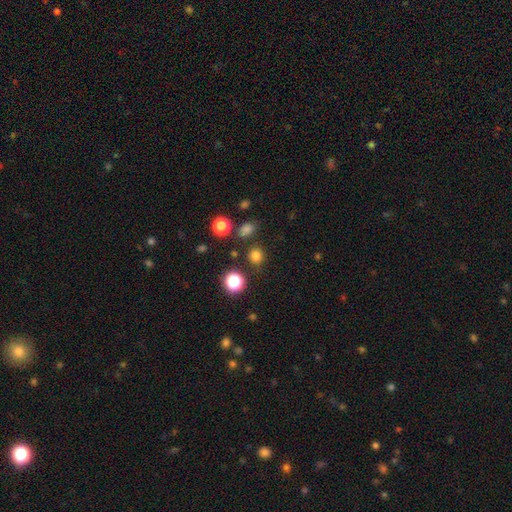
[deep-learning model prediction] smooth 76%, star or artifact 20%, featured or disk 4%. Down the decision tree: how rounded — round (87%); merging — none (83%).